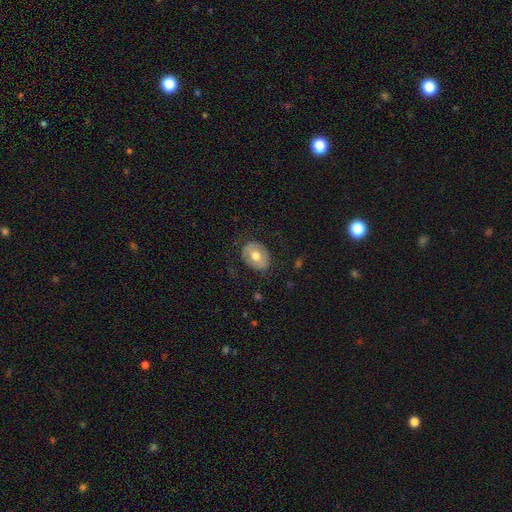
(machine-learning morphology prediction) smooth 60%, featured or disk 34%, star or artifact 7%. Down the decision tree: how rounded — in between (59%); merging — none (79%).